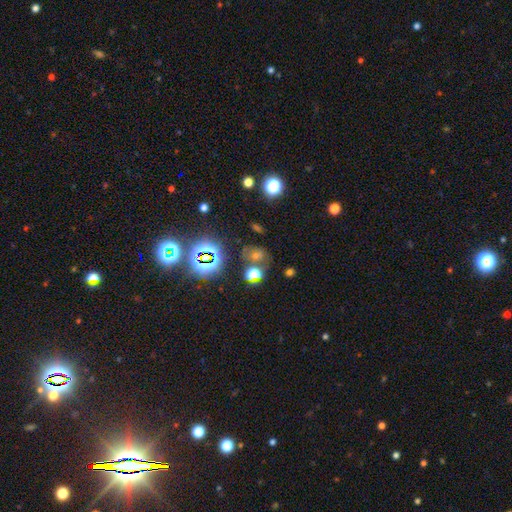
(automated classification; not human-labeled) Smooth or featured?
  - star or artifact: 54% *
  - smooth: 32%
  - featured or disk: 14%